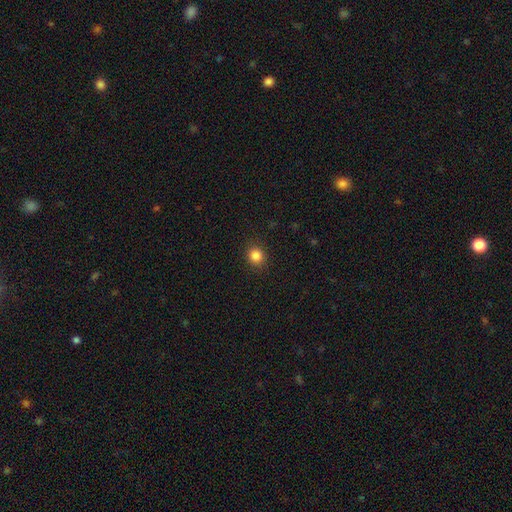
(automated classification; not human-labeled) A smooth galaxy with no disk features (85%) that is round (86%). Merging: none (90%).